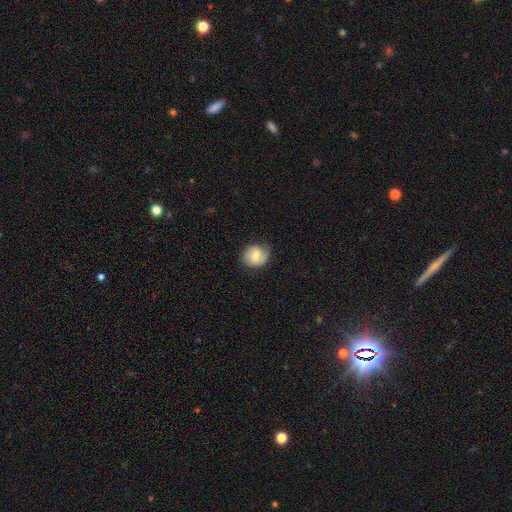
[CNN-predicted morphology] Smooth or featured?
  - smooth: 64% *
  - featured or disk: 29%
  - star or artifact: 7%
How rounded?
  - round: 79% *
  - in between: 20%
  - cigar-shaped: 1%
Merging?
  - none: 77% *
  - minor disturbance: 18%
  - major disturbance: 4%
  - merger: 1%